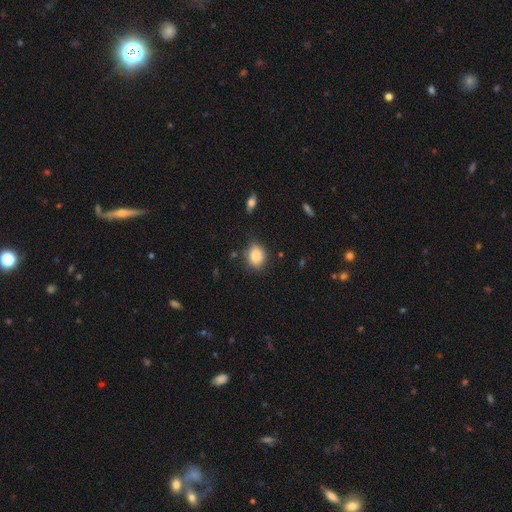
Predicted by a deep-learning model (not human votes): This is clearly a smooth galaxy (83%). How rounded: possibly round (52%). Merging: likely none (78%).